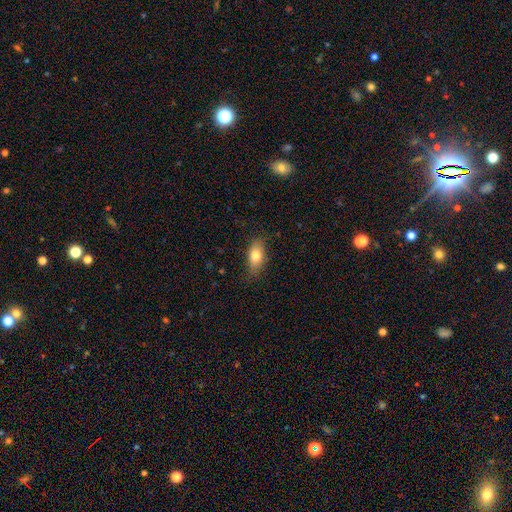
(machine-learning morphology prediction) Smooth or featured? Predicted: smooth (p=0.77). How rounded? Predicted: in between (p=0.86). Merging? Predicted: none (p=0.80).